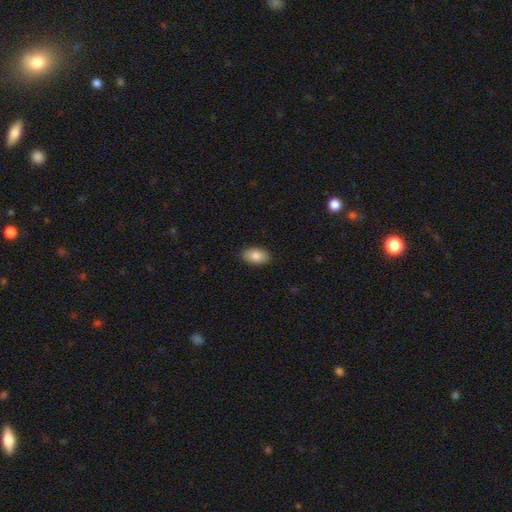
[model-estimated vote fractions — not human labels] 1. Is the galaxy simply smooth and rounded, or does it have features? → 84% smooth, 9% featured or disk, 7% star or artifact.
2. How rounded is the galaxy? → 92% in between, 6% round, 2% cigar-shaped.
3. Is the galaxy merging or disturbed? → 88% none, 9% minor disturbance, 2% major disturbance, 1% merger.